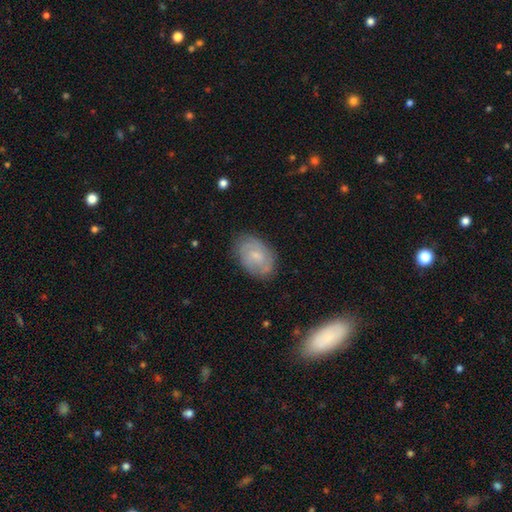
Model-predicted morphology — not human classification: Smooth or featured? featured or disk (53%)
Edge-on disk? no (96%)
Bar? no (59%)
Spiral arms? yes (78%)
Bulge size? small (55%)
Merging? none (76%)